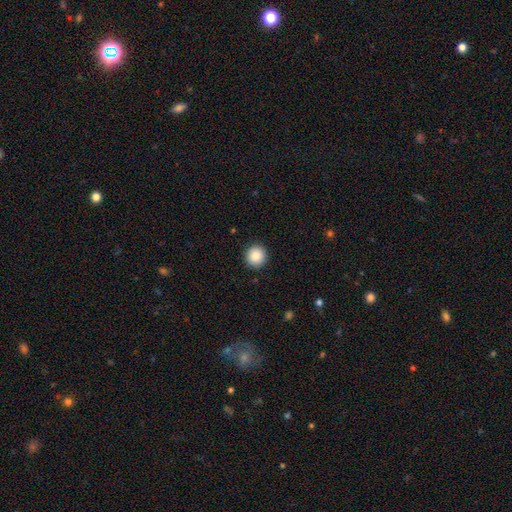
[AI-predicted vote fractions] Morphology: type=smooth (87%); roundness=round (93%); merging=none (92%).